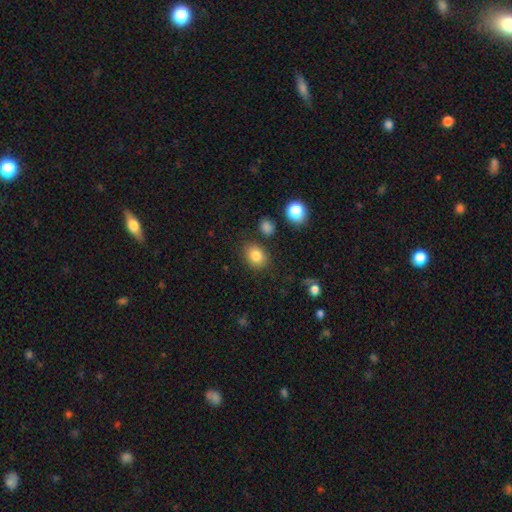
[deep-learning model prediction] Smooth or featured: smooth — 83% (star or artifact — 10%)
How rounded: in between — 59% (round — 40%)
Merging: none — 82% (minor disturbance — 11%)